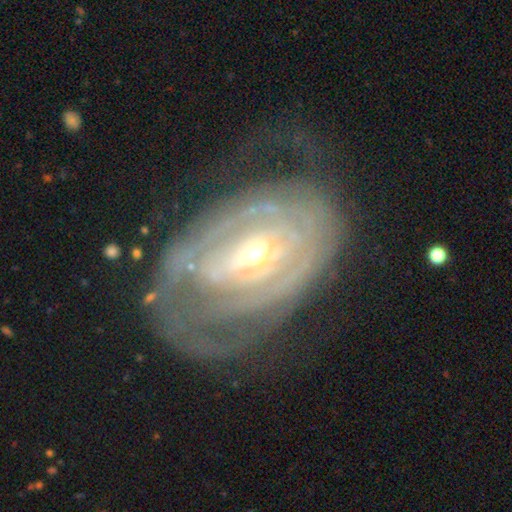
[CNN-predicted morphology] A featured or disk galaxy (86%) with a weak bar (43%), tight (74%) spiral arms (86%) and a small central bulge (54%). Merging: none (58%).